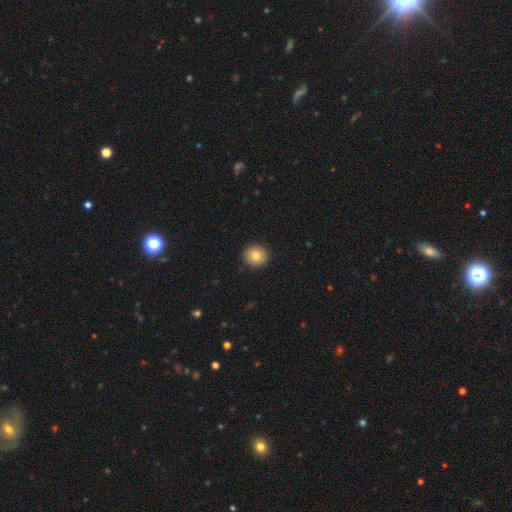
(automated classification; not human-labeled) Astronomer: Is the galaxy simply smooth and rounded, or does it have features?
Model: smooth — 82%.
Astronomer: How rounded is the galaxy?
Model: round — 93%.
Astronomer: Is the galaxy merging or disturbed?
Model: none — 92%.